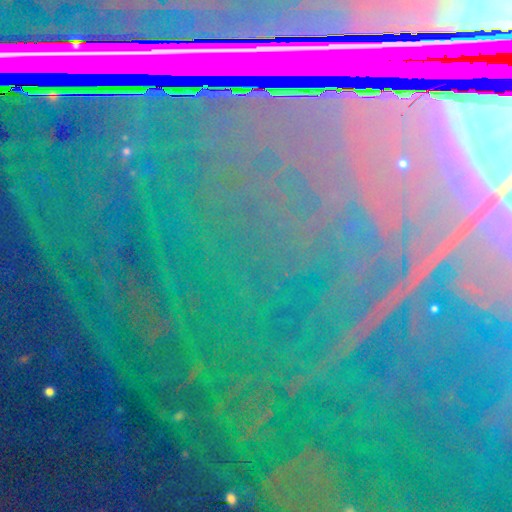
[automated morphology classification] type=star or artifact (88%).